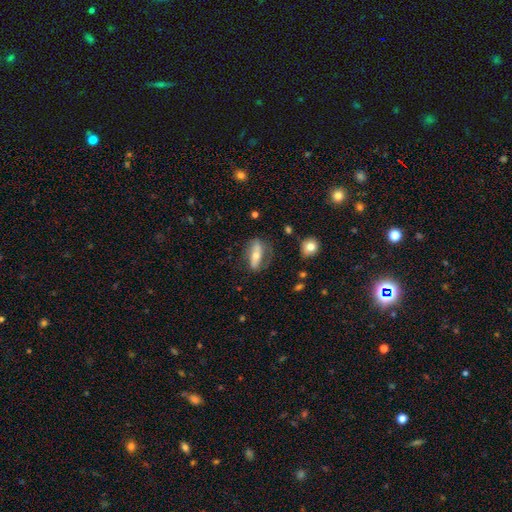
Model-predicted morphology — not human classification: Smooth or featured? featured or disk (52%)
Edge-on disk? no (58%)
Merging? none (67%)